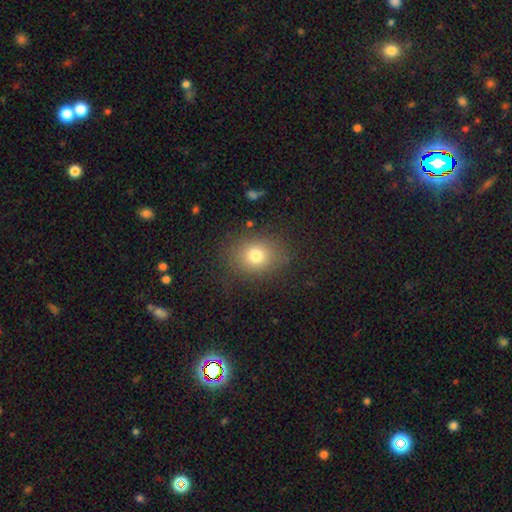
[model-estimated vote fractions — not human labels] Smooth or featured? smooth (76%)
How rounded? round (58%)
Merging? none (82%)